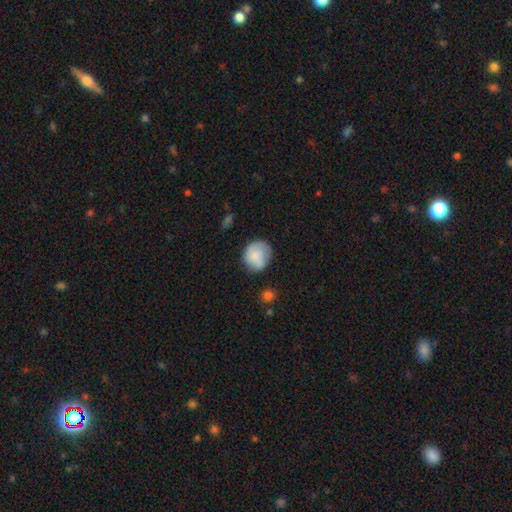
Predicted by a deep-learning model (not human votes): Q: Smooth or featured?
A: smooth (74%); runner-up: featured or disk (19%)
Q: How rounded?
A: round (79%); runner-up: in between (20%)
Q: Merging?
A: none (64%); runner-up: minor disturbance (24%)